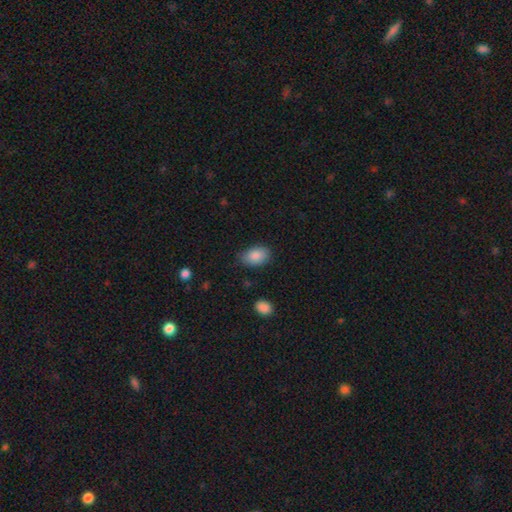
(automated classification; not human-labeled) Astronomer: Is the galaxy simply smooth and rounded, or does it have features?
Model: smooth — 87%.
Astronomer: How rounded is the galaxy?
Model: in between — 89%.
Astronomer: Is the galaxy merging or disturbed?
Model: none — 76%.